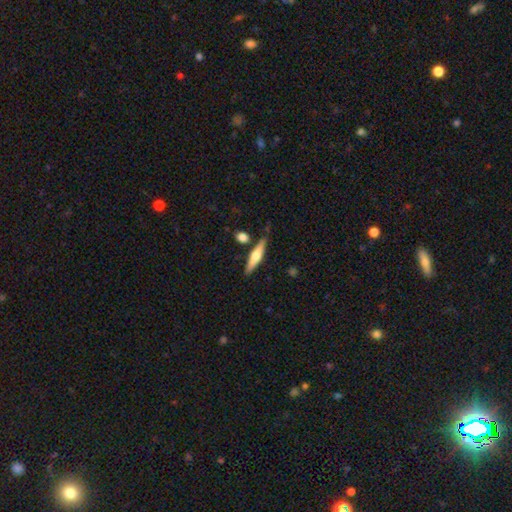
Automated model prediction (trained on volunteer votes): A featured or disk galaxy (48%).

Vote fractions:
- Smooth or featured? featured or disk: 48% / smooth: 46% / star or artifact: 6%
- Merging? none: 79% / minor disturbance: 12% / merger: 7% / major disturbance: 3%